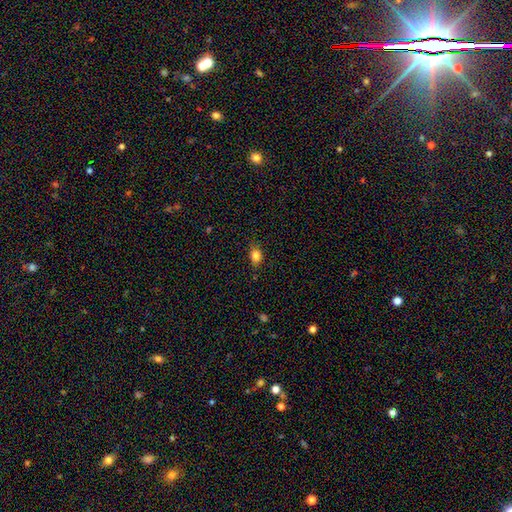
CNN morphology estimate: smooth 83%, star or artifact 11%, featured or disk 6%. Down the decision tree: how rounded — in between (69%); merging — none (81%).